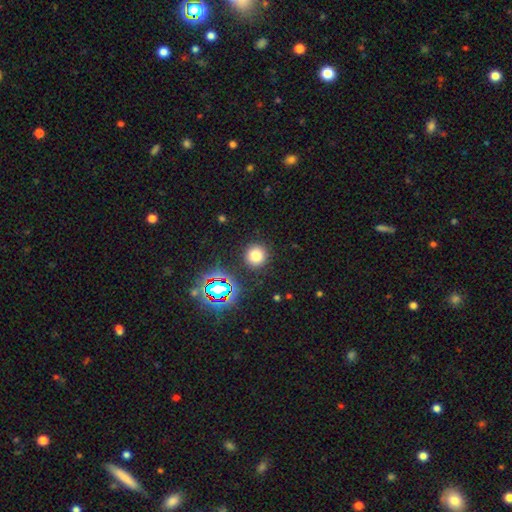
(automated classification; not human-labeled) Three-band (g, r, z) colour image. It shows a smooth galaxy with no disk features (73%) that is round (94%). Merging: none (89%).